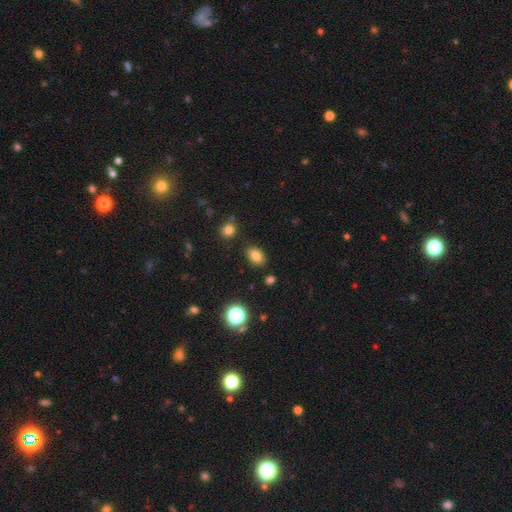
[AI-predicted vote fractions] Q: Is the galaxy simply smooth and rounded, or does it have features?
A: smooth — 81%.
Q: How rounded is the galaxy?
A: in between — 81%.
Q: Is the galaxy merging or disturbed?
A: none — 85%.